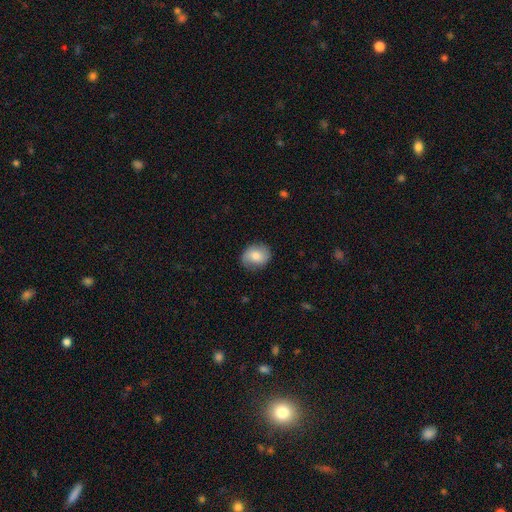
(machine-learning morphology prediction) Smooth or featured? Predicted: smooth (p=0.71). How rounded? Predicted: round (p=0.61). Merging? Predicted: none (p=0.81).